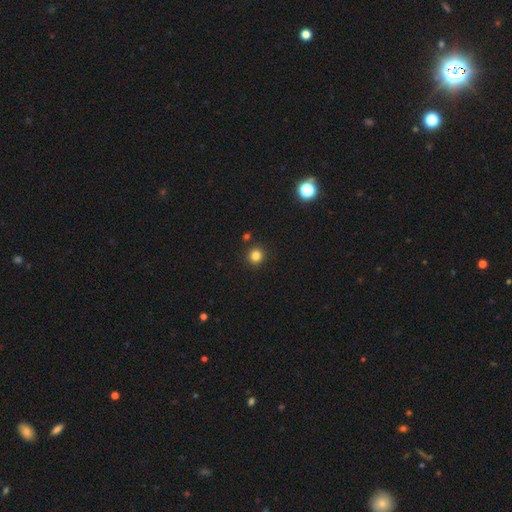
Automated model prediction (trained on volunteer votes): This appears to be a smooth galaxy with no disk features (82%) that is round (92%). Merging: none (89%).